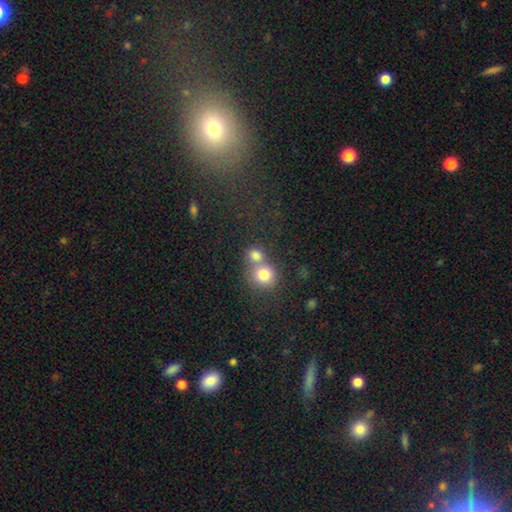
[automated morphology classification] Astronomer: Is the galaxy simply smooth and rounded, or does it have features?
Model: smooth — 78%.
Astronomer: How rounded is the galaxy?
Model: round — 80%.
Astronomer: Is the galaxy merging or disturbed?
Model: merger — 52% (runner-up: none, 38%).